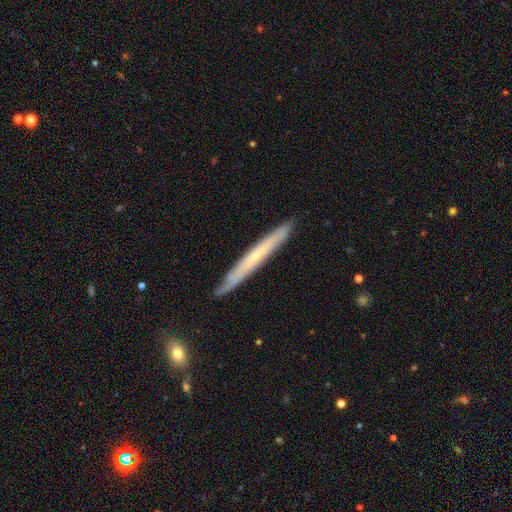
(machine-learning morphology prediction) A featured or disk galaxy (55%) viewed edge-on (90%). Merging: none (85%).